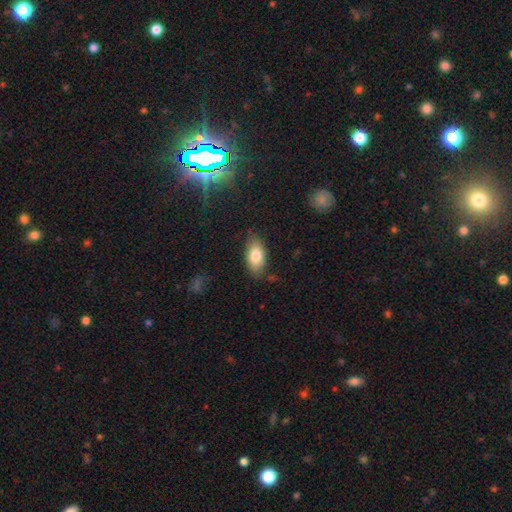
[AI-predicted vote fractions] Smooth or featured? smooth (79%)
How rounded? in between (90%)
Merging? none (77%)